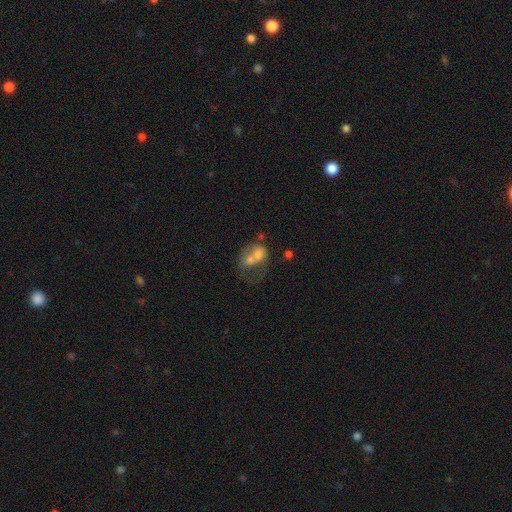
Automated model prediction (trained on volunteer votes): smooth_or_featured: smooth (p=0.57) [alt: featured or disk p=0.33]
how_rounded: in between (p=0.59) [alt: round p=0.39]
merging: merger (p=0.67) [alt: major disturbance p=0.13]